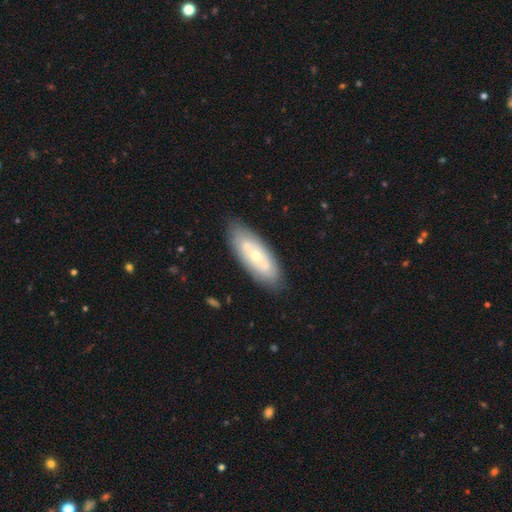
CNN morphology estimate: smooth_or_featured: featured or disk (p=0.58) [alt: smooth p=0.36]
disk_edge_on: no (p=0.84) [alt: yes p=0.16]
merging: none (p=0.82) [alt: minor disturbance p=0.12]